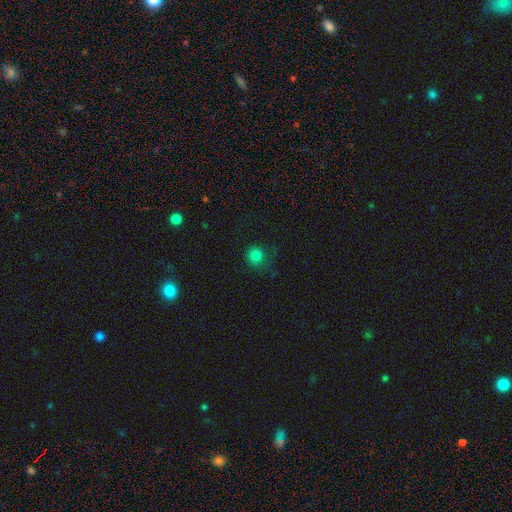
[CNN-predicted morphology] Q: Smooth or featured?
A: smooth (81%); runner-up: star or artifact (15%)
Q: How rounded?
A: round (91%); runner-up: in between (8%)
Q: Merging?
A: none (78%); runner-up: minor disturbance (15%)